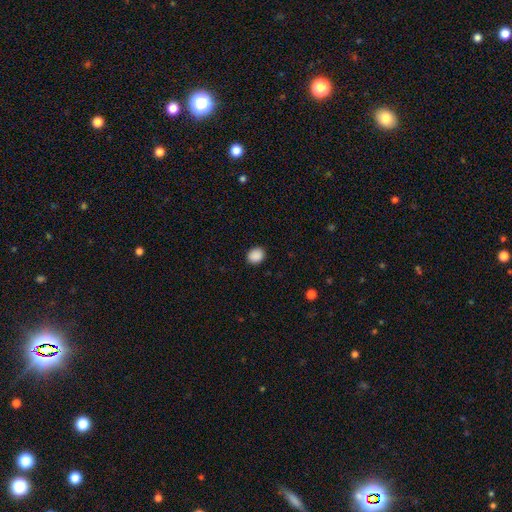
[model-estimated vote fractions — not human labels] This is clearly a smooth galaxy (89%). How rounded: likely round (63%). Merging: clearly none (90%).